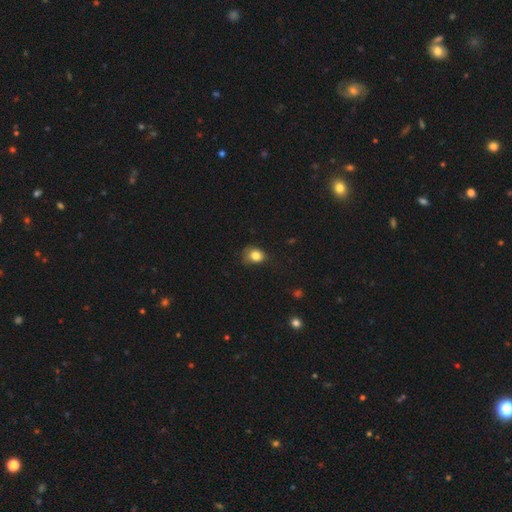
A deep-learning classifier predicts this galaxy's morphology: Overall: smooth (81%). How rounded: round (51%; in between 48%). Merging: none (53%; minor disturbance 33%).